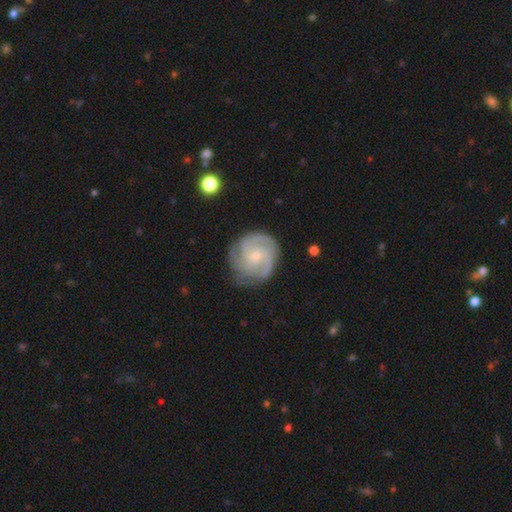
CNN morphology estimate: This appears to be a featured or disk galaxy (85%) with no bar (69%), 3 (46%) tight (61%) spiral arms (97%) and a small central bulge (63%). Merging: none (76%).